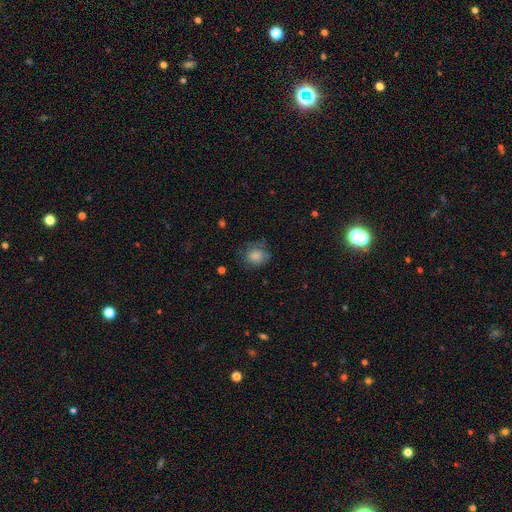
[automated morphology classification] This is clearly a smooth galaxy (81%). How rounded: likely round (69%). Merging: likely none (66%).